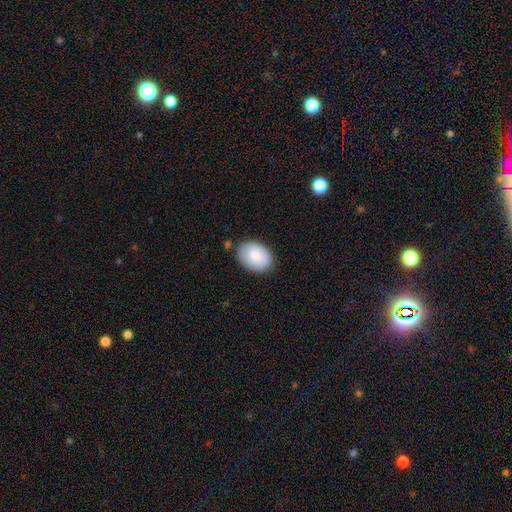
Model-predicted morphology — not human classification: Q: Smooth or featured?
A: smooth (85%); runner-up: featured or disk (9%)
Q: How rounded?
A: in between (81%); runner-up: round (18%)
Q: Merging?
A: none (81%); runner-up: minor disturbance (14%)